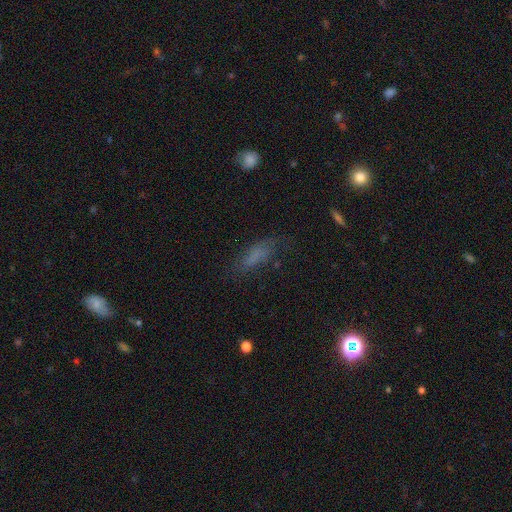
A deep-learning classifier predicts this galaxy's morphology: smooth 63%, featured or disk 20%, star or artifact 18%. Down the decision tree: how rounded — in between (57%); merging — none (59%).